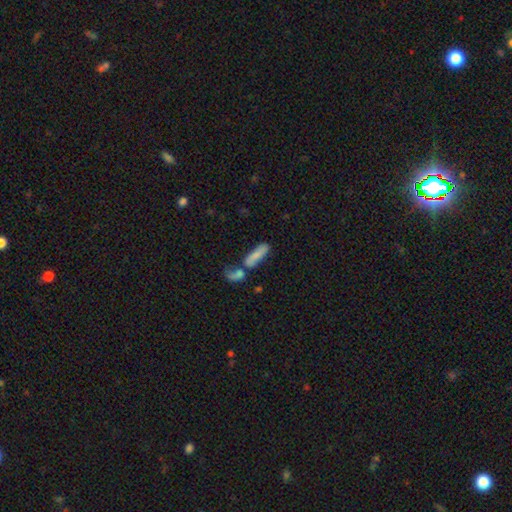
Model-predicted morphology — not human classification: A smooth galaxy with no disk features (73%) that is cigar-shaped (53%). Merging: merger (46%).